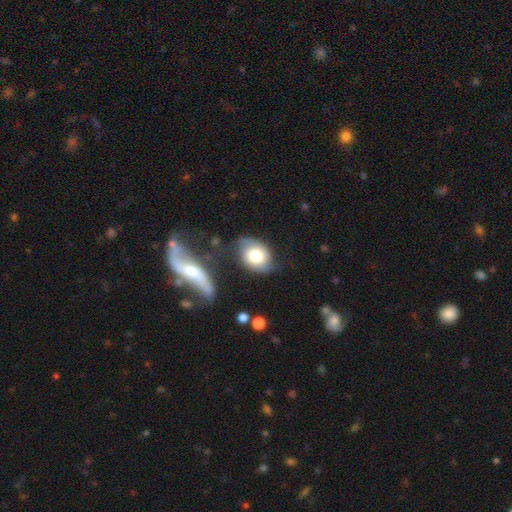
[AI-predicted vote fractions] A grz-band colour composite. It shows a smooth galaxy with no disk features (56%) that is in between round and cigar-shaped (63%). Merging: none (57%).